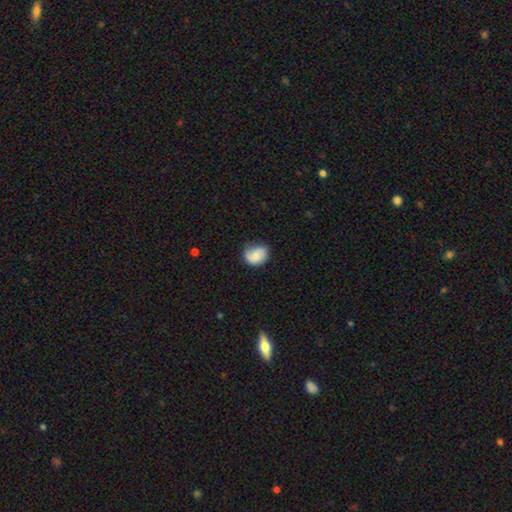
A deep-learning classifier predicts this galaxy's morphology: Overall: smooth (64%; featured or disk 29%). How rounded: round (55%; in between 44%). Merging: none (60%; minor disturbance 30%).